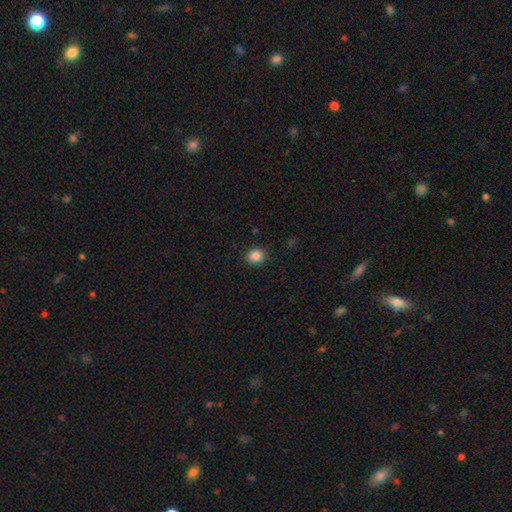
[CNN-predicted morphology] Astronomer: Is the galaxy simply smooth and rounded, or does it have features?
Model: smooth — 86%.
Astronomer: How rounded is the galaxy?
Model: round — 71%.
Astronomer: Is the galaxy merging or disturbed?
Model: none — 90%.